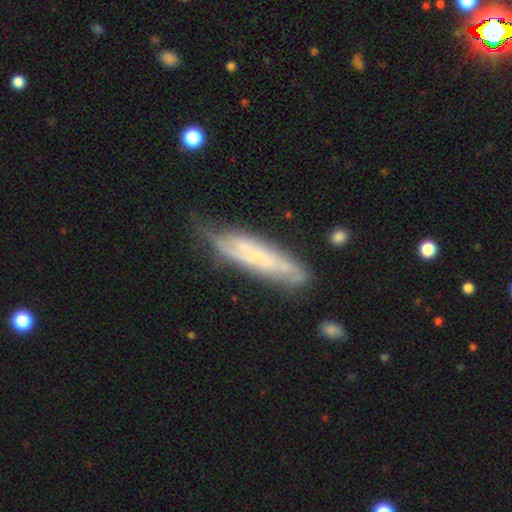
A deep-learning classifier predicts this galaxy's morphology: smooth-or-featured: featured or disk: 54% | smooth: 39% | star or artifact: 7%
  disk-edge-on: no: 55% | yes: 45%
  merging: none: 59% | minor disturbance: 29% | major disturbance: 8% | merger: 3%